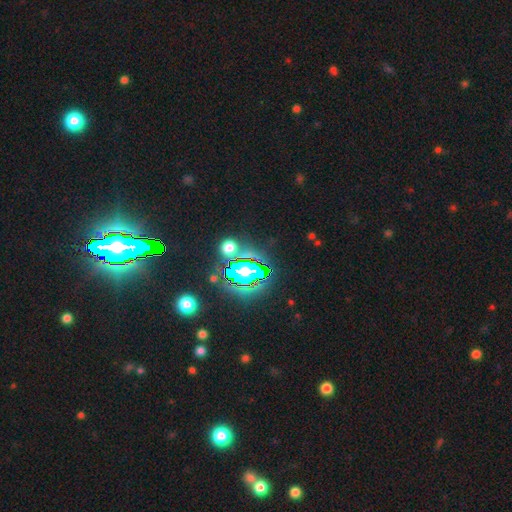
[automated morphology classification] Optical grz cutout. It shows a star or artifact, not a galaxy (85%).